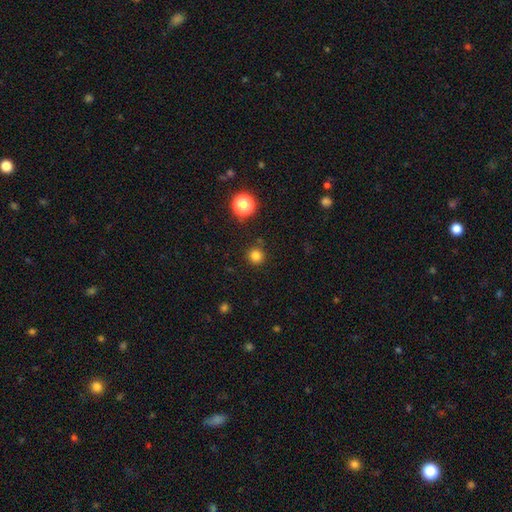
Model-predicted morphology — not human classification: This is clearly a smooth galaxy (81%). How rounded: clearly round (94%). Merging: clearly none (87%).